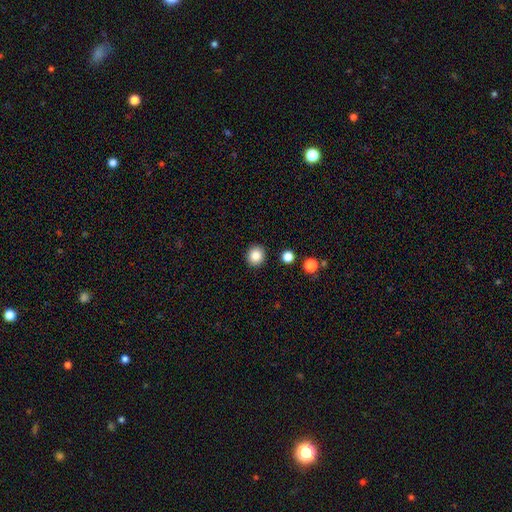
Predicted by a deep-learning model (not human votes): The model was most divided on "how rounded": round: 84%, in between: 15%, cigar-shaped: 1%. More confident: merging — none (90%); smooth or featured — smooth (86%).